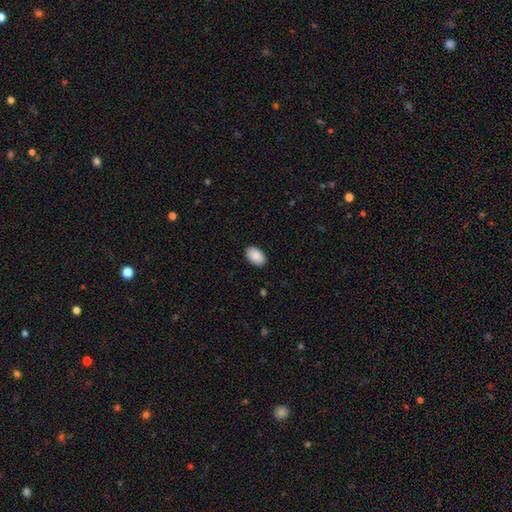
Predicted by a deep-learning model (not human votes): Smooth or featured: smooth — 90% (star or artifact — 6%)
How rounded: in between — 92% (round — 7%)
Merging: none — 90% (minor disturbance — 8%)